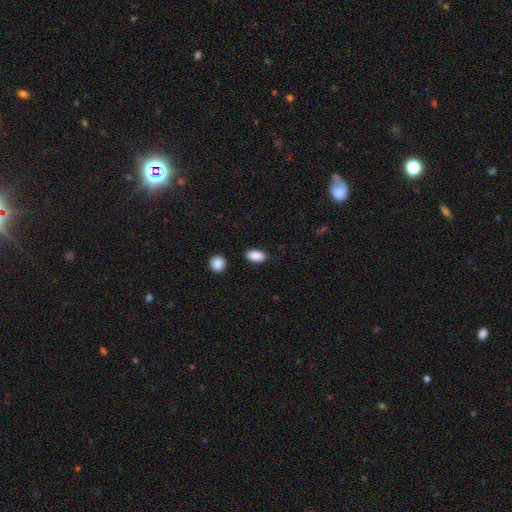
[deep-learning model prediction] smooth-or-featured: smooth: 89% | star or artifact: 7% | featured or disk: 4%
  how-rounded: in between: 91% | round: 5% | cigar-shaped: 4%
  merging: none: 84% | minor disturbance: 11% | major disturbance: 3% | merger: 2%